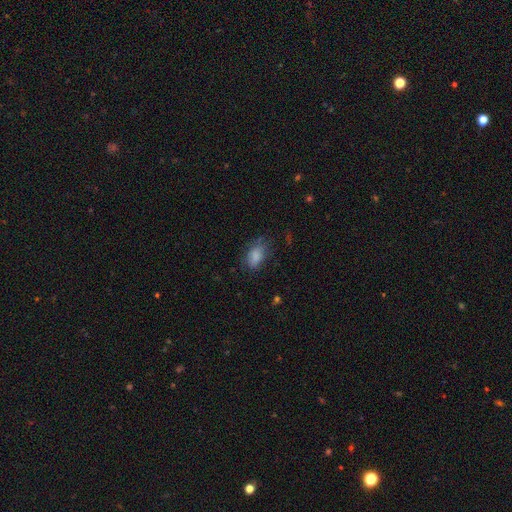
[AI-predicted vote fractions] This is clearly a smooth galaxy (82%). How rounded: clearly in between (89%). Merging: likely none (62%).